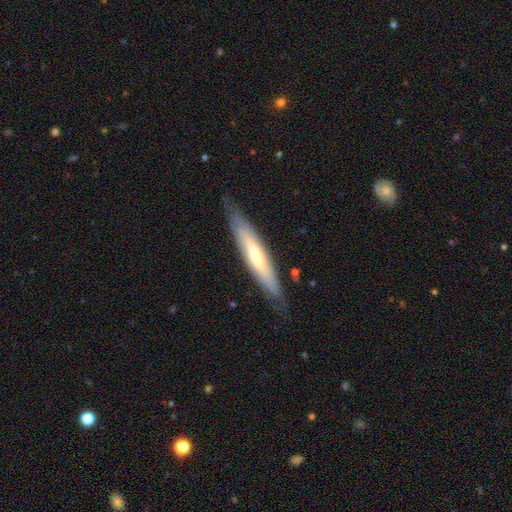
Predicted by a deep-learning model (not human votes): Smooth or featured? featured or disk (47%, tied with smooth)
Merging? none (78%)